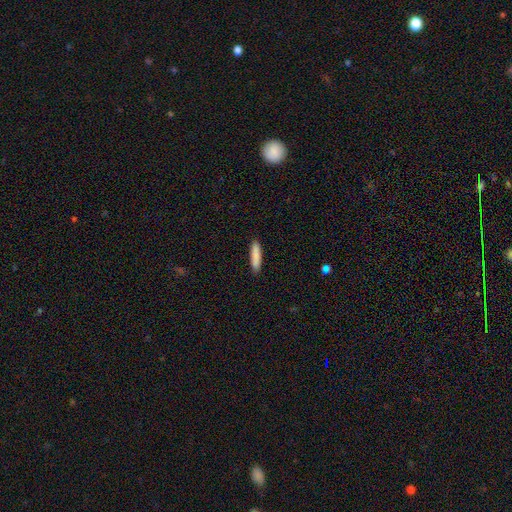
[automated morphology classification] smooth 86%, featured or disk 8%, star or artifact 6%. Down the decision tree: how rounded — cigar-shaped (86%); merging — none (90%).